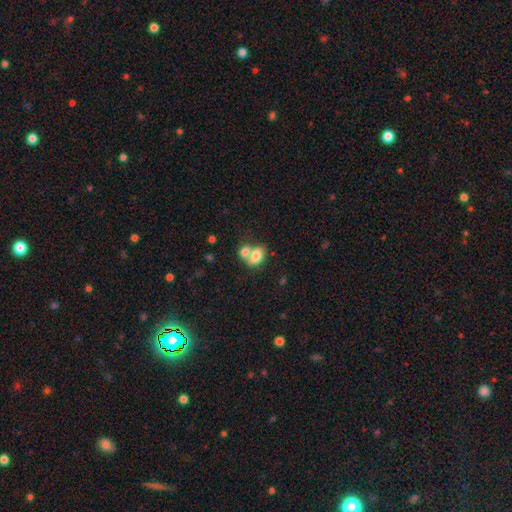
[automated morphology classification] A smooth galaxy with no disk features (75%) that is in between round and cigar-shaped (80%). Merging: merger (61%).